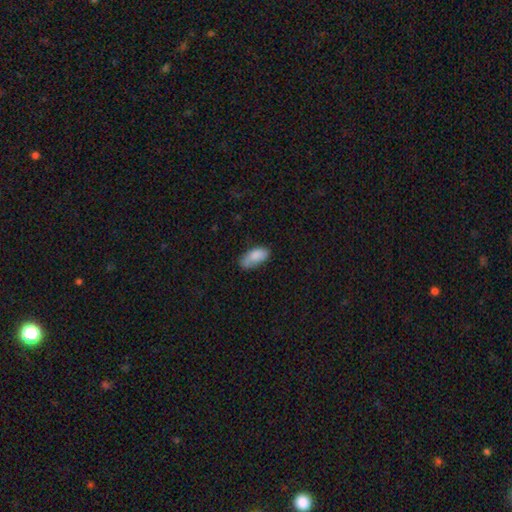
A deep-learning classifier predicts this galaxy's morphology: Smooth or featured?
  - smooth: 84% *
  - featured or disk: 9%
  - star or artifact: 7%
How rounded?
  - in between: 90% *
  - cigar-shaped: 7%
  - round: 3%
Merging?
  - none: 56% *
  - minor disturbance: 32%
  - major disturbance: 8%
  - merger: 4%